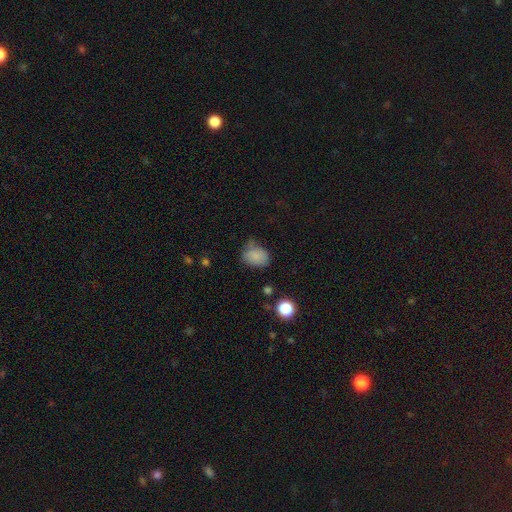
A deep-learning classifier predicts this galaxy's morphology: This is clearly a smooth galaxy (82%). How rounded: likely in between (63%). Merging: possibly none (55%).